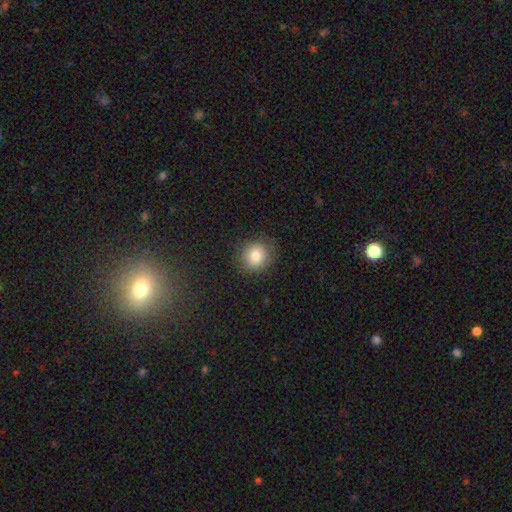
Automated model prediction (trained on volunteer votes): Q: Smooth or featured?
A: smooth (81%); runner-up: star or artifact (11%)
Q: How rounded?
A: round (87%); runner-up: in between (12%)
Q: Merging?
A: none (85%); runner-up: minor disturbance (10%)